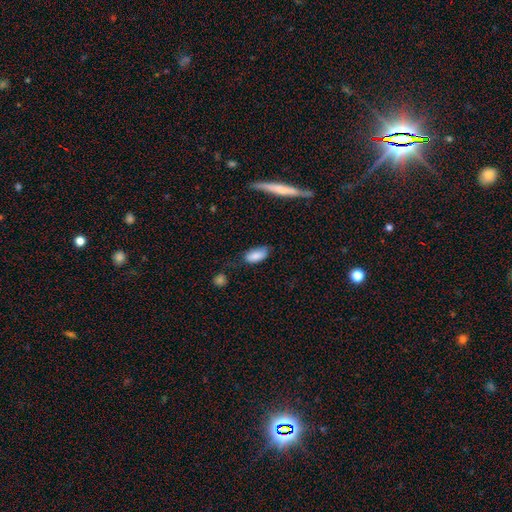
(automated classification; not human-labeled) Overall: smooth (84%). How rounded: in between (90%). Merging: none (61%; minor disturbance 28%).